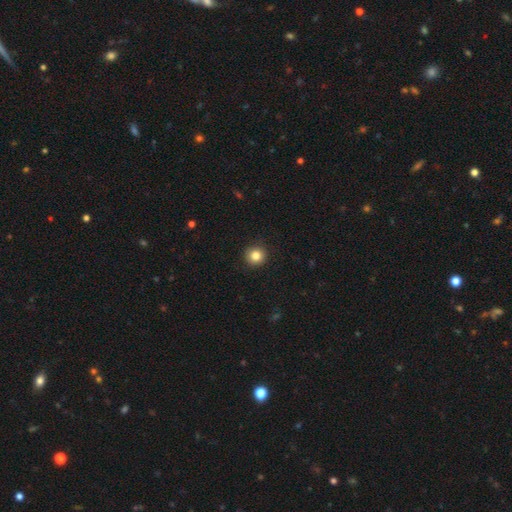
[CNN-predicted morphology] The model was most divided on "smooth or featured": smooth: 84%, star or artifact: 11%, featured or disk: 5%. More confident: how rounded — round (94%); merging — none (92%).